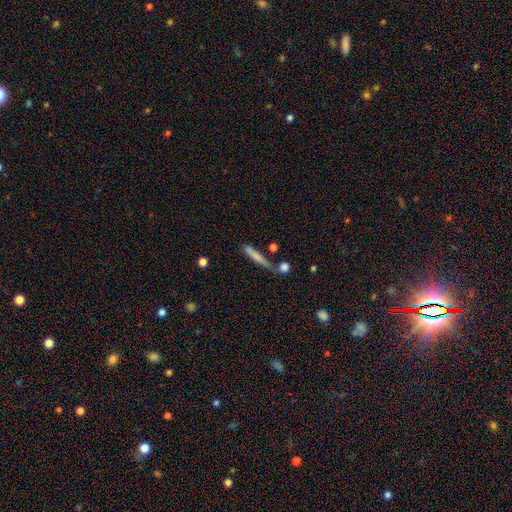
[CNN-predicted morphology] The model was most divided on "merging": none: 57%, minor disturbance: 19%, merger: 16%, major disturbance: 8%. More confident: how rounded — cigar-shaped (91%); smooth or featured — smooth (70%).